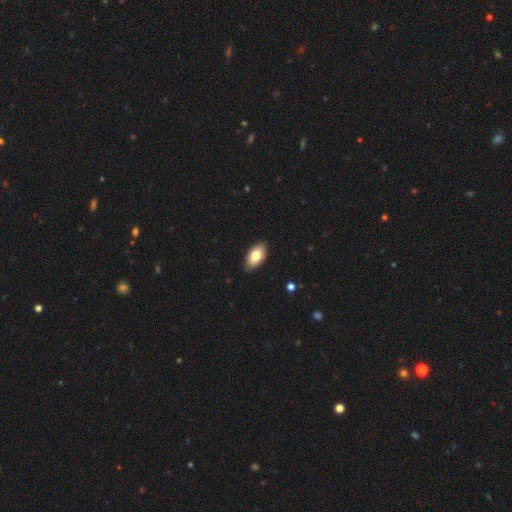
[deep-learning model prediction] smooth-or-featured: smooth: 81% | featured or disk: 12% | star or artifact: 7%
  how-rounded: in between: 94% | round: 4% | cigar-shaped: 2%
  merging: none: 87% | minor disturbance: 10% | major disturbance: 2% | merger: 1%